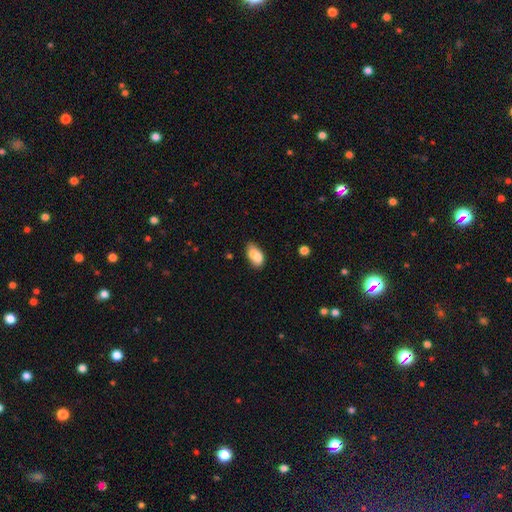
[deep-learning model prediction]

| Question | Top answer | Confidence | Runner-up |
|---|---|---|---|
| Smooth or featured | smooth | 75% | featured or disk (17%) |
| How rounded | in between | 89% | round (7%) |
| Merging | none | 42% | merger (32%) |